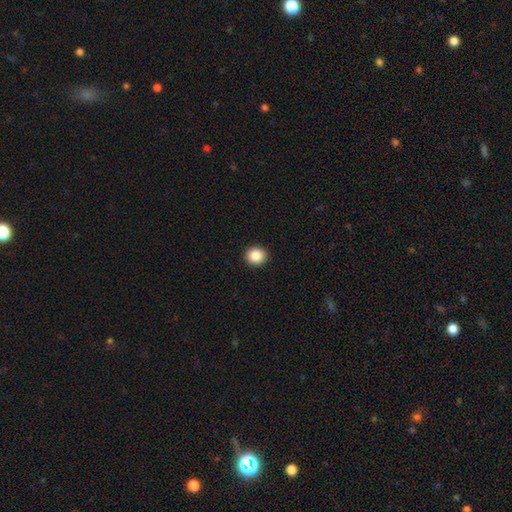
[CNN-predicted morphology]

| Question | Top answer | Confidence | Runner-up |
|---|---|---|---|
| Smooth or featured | smooth | 87% | star or artifact (9%) |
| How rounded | round | 83% | in between (16%) |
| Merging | none | 93% | minor disturbance (5%) |